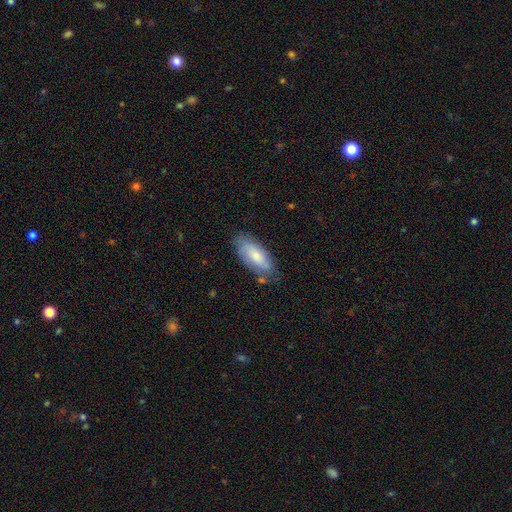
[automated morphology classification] This is likely a smooth galaxy (70%). How rounded: likely in between (79%). Merging: likely none (73%).